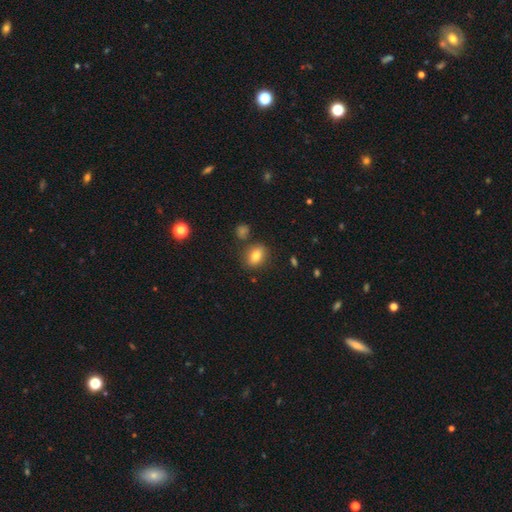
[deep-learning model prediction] smooth 80%, featured or disk 10%, star or artifact 10%. Down the decision tree: how rounded — in between (72%); merging — none (81%).